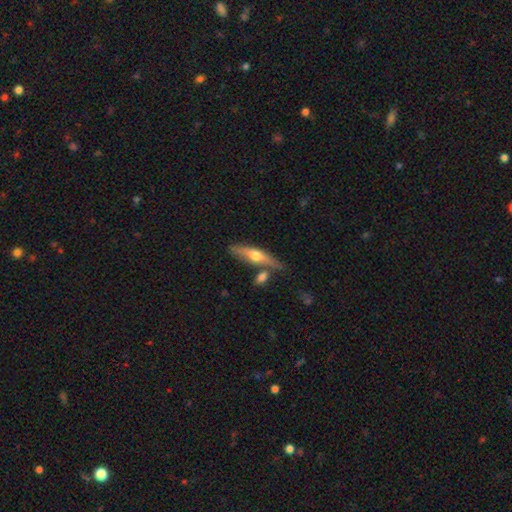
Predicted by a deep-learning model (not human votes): smooth_or_featured: featured or disk (p=0.55) [alt: smooth p=0.39]
disk_edge_on: yes (p=0.91) [alt: no p=0.09]
merging: none (p=0.67) [alt: merger p=0.15]